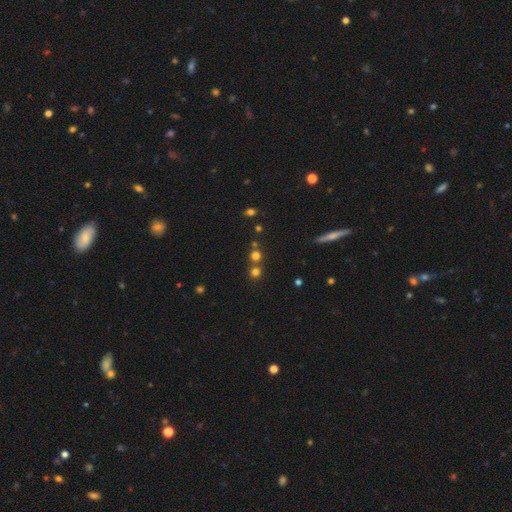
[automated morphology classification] smooth_or_featured: smooth (p=0.67) [alt: star or artifact p=0.25]
how_rounded: round (p=0.89) [alt: in between p=0.09]
merging: none (p=0.63) [alt: merger p=0.28]